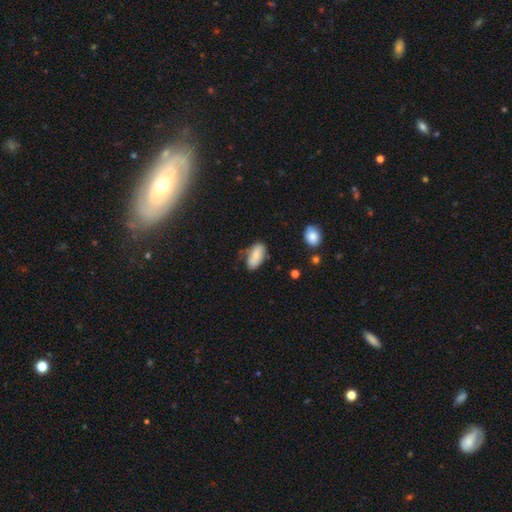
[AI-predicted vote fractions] Overall: smooth (78%). How rounded: in between (93%). Merging: none (63%; minor disturbance 27%).